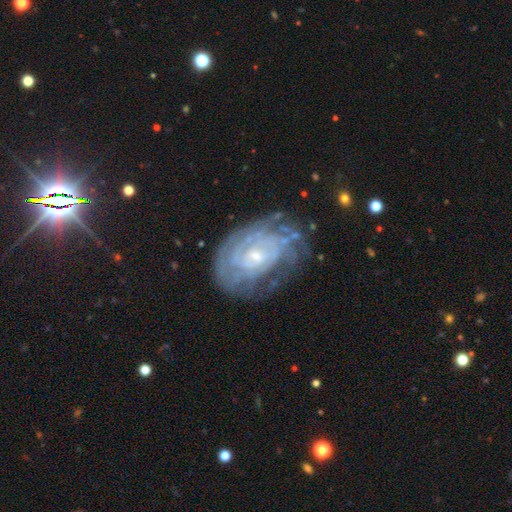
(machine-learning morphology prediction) featured or disk 81%, smooth 11%, star or artifact 8%. Down the decision tree: edge-on disk — no (96%); bar — no (63%); spiral arms — yes (89%); spiral arm count — can't tell (53%); spiral winding — tight (76%); bulge size — small (71%); merging — none (66%).